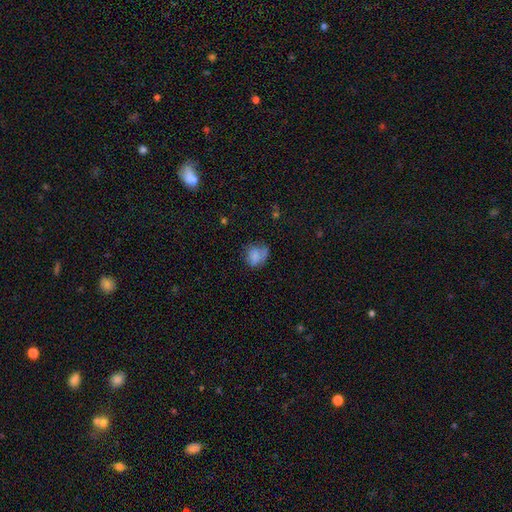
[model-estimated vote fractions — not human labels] Smooth or featured: smooth — 76% (featured or disk — 13%)
How rounded: round — 60% (in between — 39%)
Merging: none — 50% (minor disturbance — 32%)